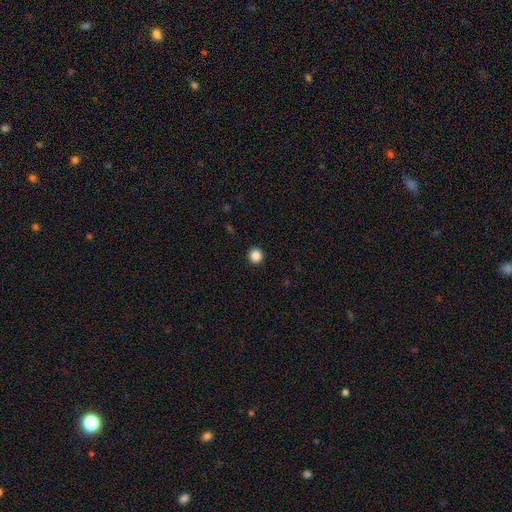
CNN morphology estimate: Q: Smooth or featured?
A: smooth (87%); runner-up: star or artifact (10%)
Q: How rounded?
A: round (94%); runner-up: in between (5%)
Q: Merging?
A: none (93%); runner-up: minor disturbance (4%)